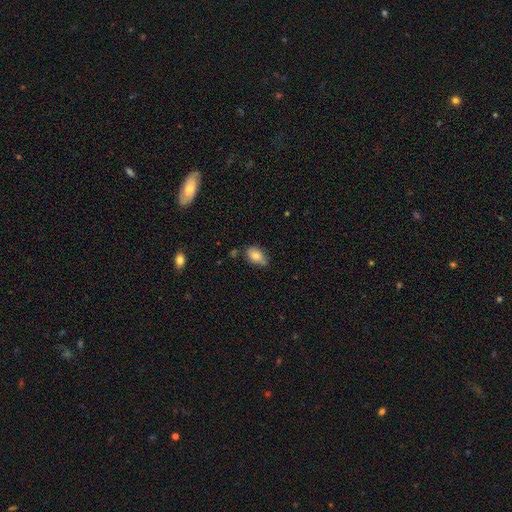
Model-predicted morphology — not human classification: Smooth or featured: smooth — 81% (featured or disk — 11%)
How rounded: in between — 86% (round — 12%)
Merging: none — 59% (minor disturbance — 31%)